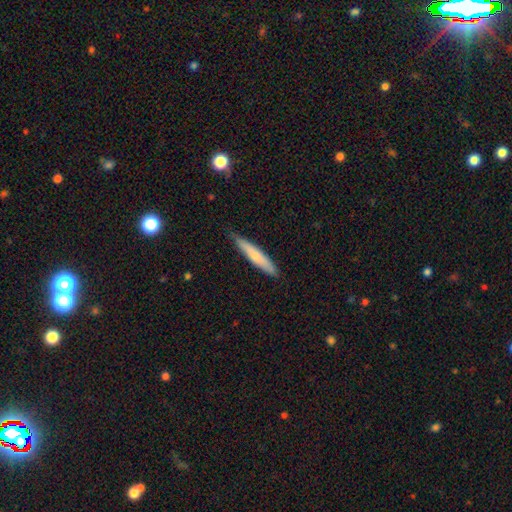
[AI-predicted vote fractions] Smooth or featured? Predicted: smooth (p=0.63). How rounded? Predicted: cigar-shaped (p=0.91). Merging? Predicted: none (p=0.82).